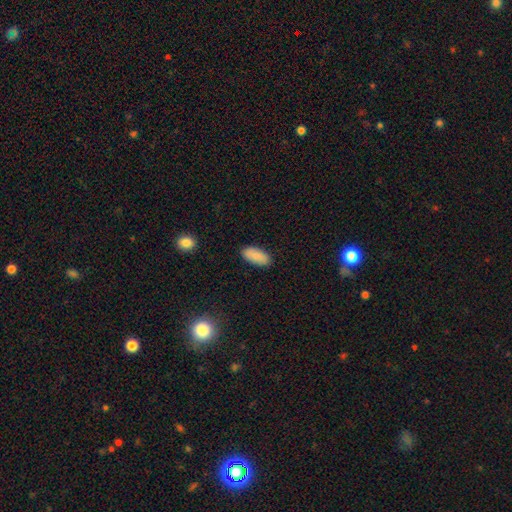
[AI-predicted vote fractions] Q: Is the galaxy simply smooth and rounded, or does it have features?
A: smooth — 86%.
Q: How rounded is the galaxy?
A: in between — 92%.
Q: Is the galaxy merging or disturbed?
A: none — 88%.